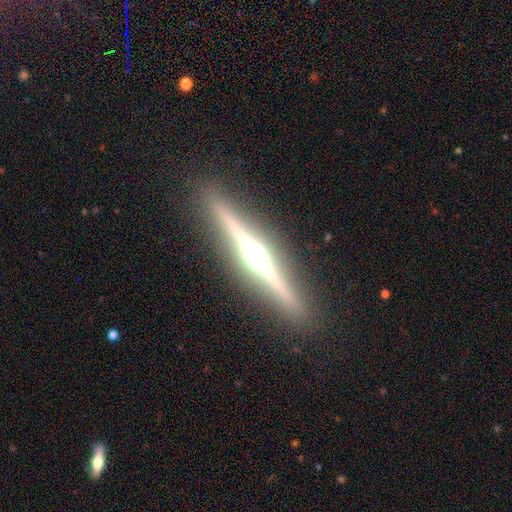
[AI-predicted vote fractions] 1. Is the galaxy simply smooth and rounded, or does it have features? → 85% featured or disk, 9% smooth, 6% star or artifact.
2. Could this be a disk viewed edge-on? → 98% yes, 2% no.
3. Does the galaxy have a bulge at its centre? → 92% rounded, 6% boxy, 3% none.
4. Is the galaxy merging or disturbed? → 91% none, 6% minor disturbance, 2% major disturbance, 1% merger.